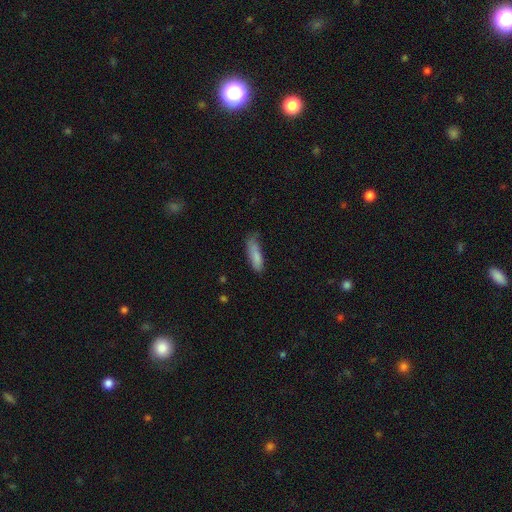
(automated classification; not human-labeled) Morphology: type=smooth (82%); roundness=cigar-shaped (58%); merging=none (50%).